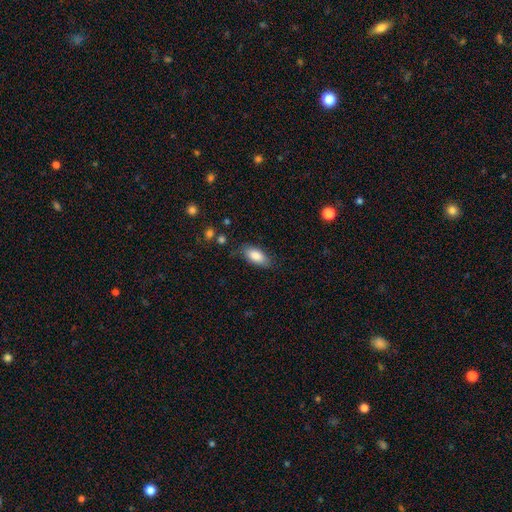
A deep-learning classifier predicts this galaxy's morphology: type=smooth (84%); roundness=in between (88%); merging=none (77%).